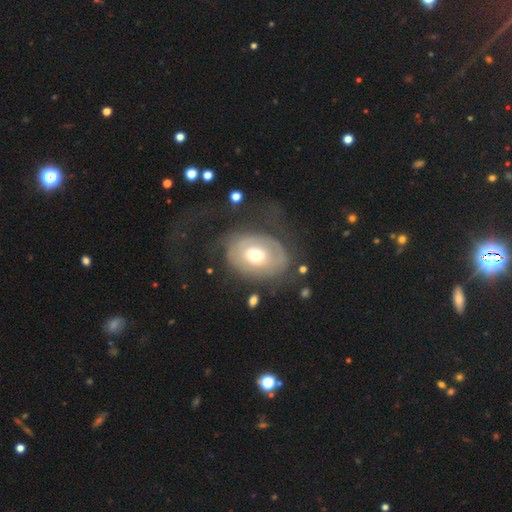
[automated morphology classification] Smooth or featured? featured or disk (54%)
Edge-on disk? no (94%)
Bar? no (82%)
Spiral arms? no (63%)
Bulge size? moderate (69%)
Merging? none (49%)